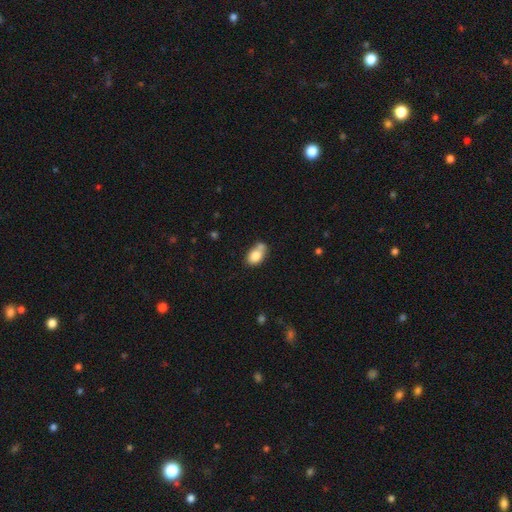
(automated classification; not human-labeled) This appears to be a smooth galaxy with no disk features (80%) that is in between round and cigar-shaped (79%). Merging: none (40%).